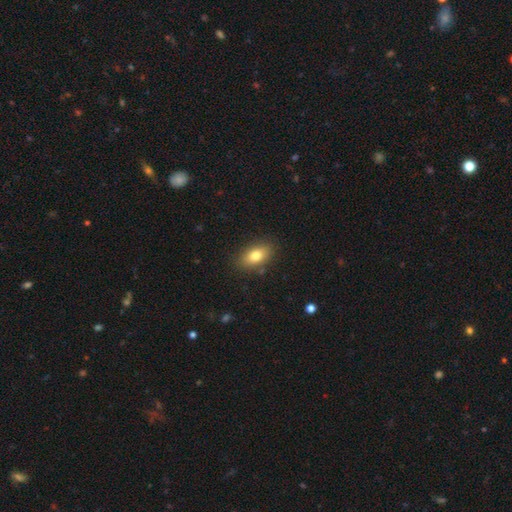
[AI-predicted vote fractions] Smooth or featured? Predicted: smooth (p=0.79). How rounded? Predicted: in between (p=0.88). Merging? Predicted: none (p=0.84).